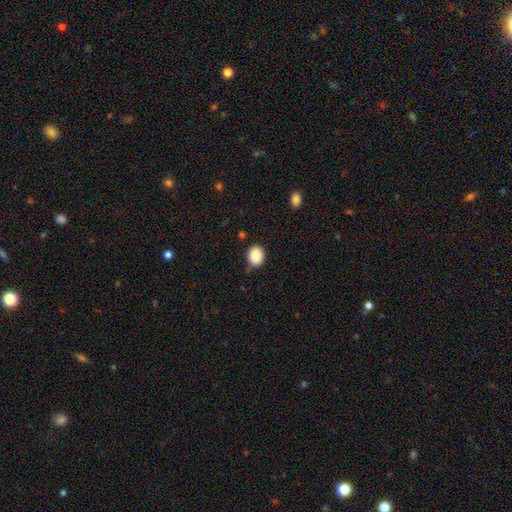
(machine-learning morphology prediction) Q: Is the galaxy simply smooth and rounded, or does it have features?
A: smooth — 88%.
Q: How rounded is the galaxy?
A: round — 57%.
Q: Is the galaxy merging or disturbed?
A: none — 77%.